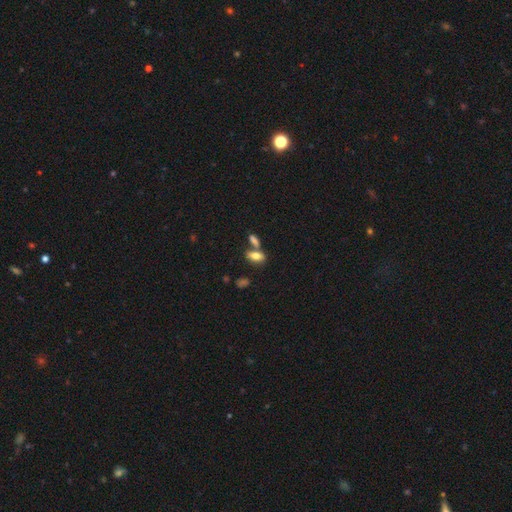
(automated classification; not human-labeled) Q: Smooth or featured?
A: smooth (77%); runner-up: featured or disk (14%)
Q: How rounded?
A: in between (83%); runner-up: cigar-shaped (11%)
Q: Merging?
A: none (54%); runner-up: merger (31%)